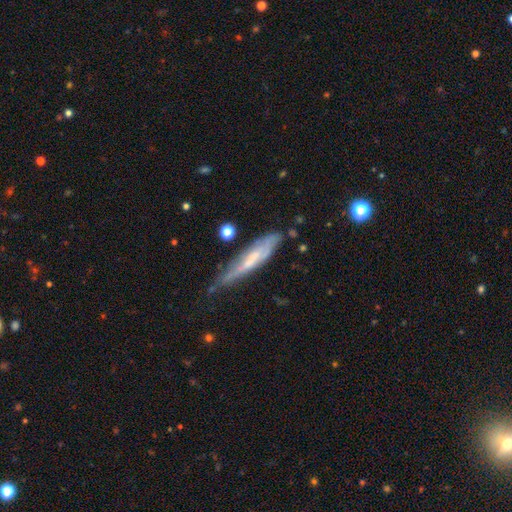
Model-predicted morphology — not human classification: Smooth or featured: featured or disk — 53% (smooth — 39%)
Edge-on disk: yes — 67% (no — 33%)
Merging: none — 53% (minor disturbance — 32%)